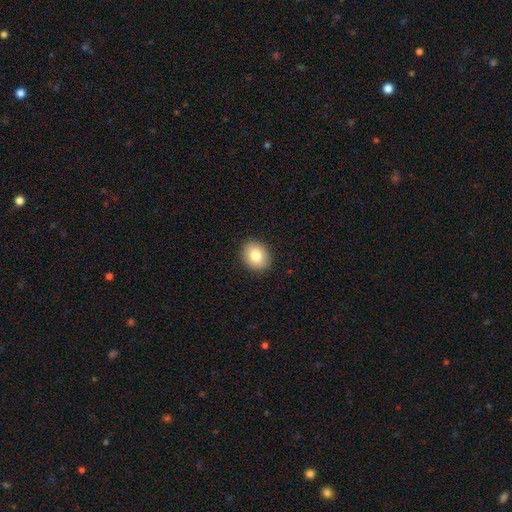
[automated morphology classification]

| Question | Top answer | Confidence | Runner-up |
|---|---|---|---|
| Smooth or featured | smooth | 81% | featured or disk (10%) |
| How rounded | round | 65% | in between (34%) |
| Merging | none | 91% | minor disturbance (7%) |